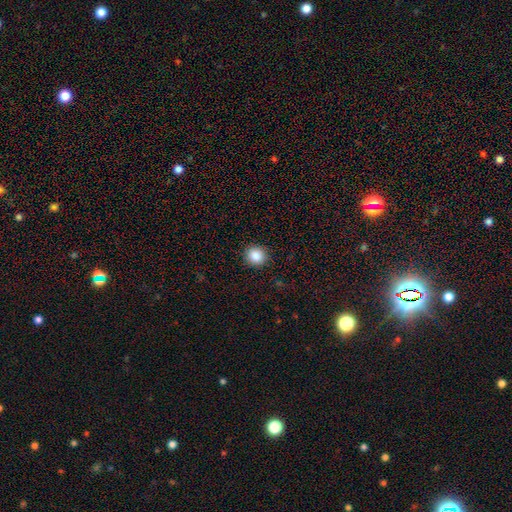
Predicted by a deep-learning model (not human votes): Smooth or featured: smooth — 87% (star or artifact — 9%)
How rounded: round — 89% (in between — 10%)
Merging: none — 91% (minor disturbance — 6%)